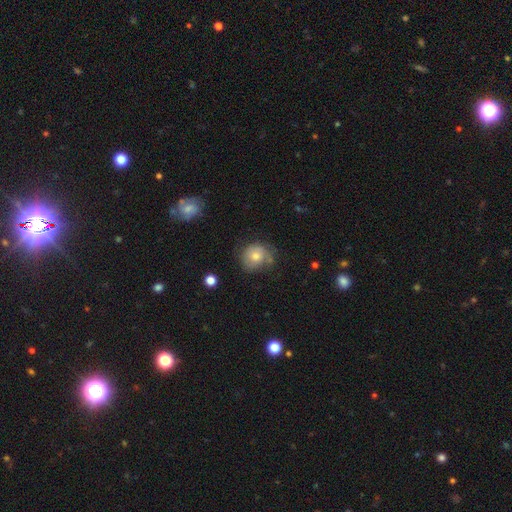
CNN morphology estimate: Smooth or featured: smooth — 64% (featured or disk — 25%)
How rounded: round — 78% (in between — 21%)
Merging: none — 60% (minor disturbance — 26%)